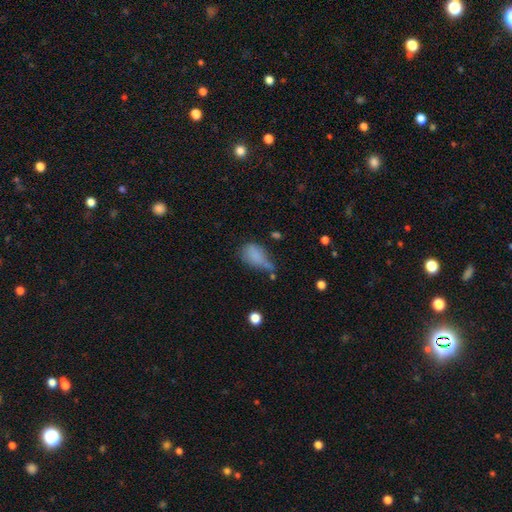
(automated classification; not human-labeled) Smooth or featured? Predicted: smooth (p=0.75). How rounded? Predicted: in between (p=0.82). Merging? Predicted: minor disturbance (p=0.34).